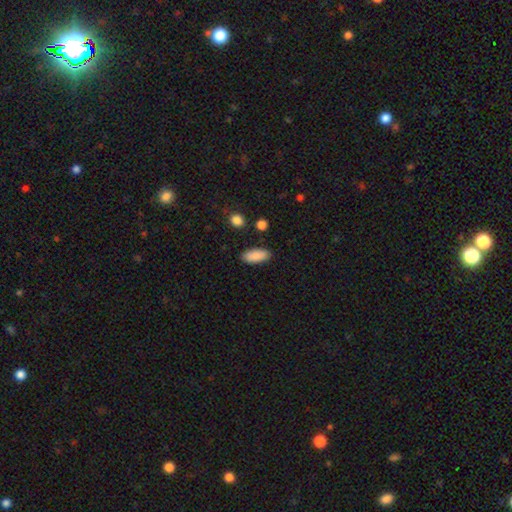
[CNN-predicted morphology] Smooth or featured: smooth — 89% (star or artifact — 7%)
How rounded: in between — 84% (cigar-shaped — 13%)
Merging: none — 88% (minor disturbance — 8%)